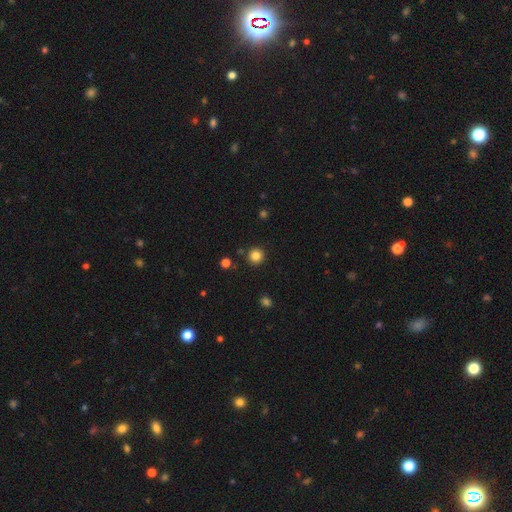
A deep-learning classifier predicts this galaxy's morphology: Smooth or featured? smooth (83%)
How rounded? round (95%)
Merging? none (90%)